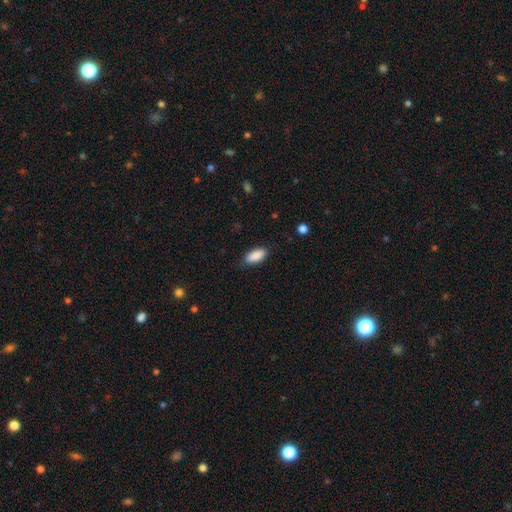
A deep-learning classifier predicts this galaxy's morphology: The model was most divided on "how rounded": in between: 83%, cigar-shaped: 15%, round: 2%. More confident: smooth or featured — smooth (89%); merging — none (84%).